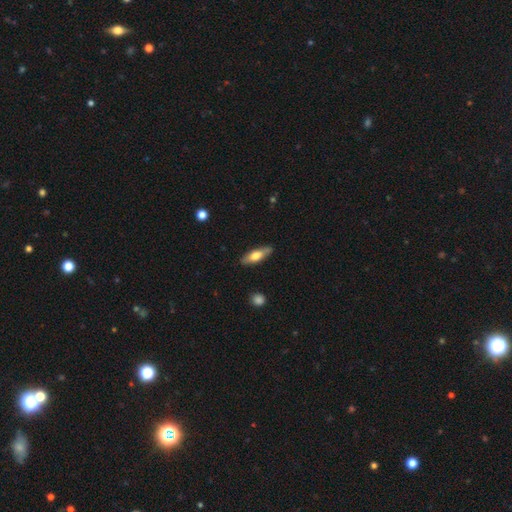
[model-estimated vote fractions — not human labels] This appears to be a smooth galaxy with no disk features (61%) that is in between round and cigar-shaped (52%). Merging: none (83%).